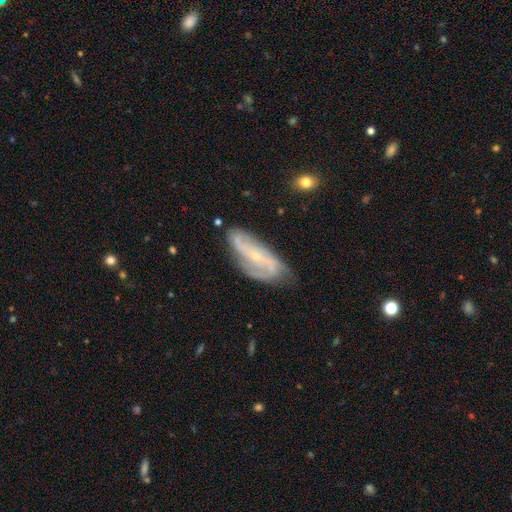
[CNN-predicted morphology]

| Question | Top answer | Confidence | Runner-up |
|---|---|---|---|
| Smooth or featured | featured or disk | 80% | smooth (13%) |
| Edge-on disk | no | 91% | yes (9%) |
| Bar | no | 47% | weak (32%) |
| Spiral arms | yes | 93% | no (7%) |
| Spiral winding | medium | 43% | tight (29%) |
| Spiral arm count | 2 | 59% | can't tell (16%) |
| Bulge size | small | 78% | moderate (17%) |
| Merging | none | 68% | minor disturbance (22%) |